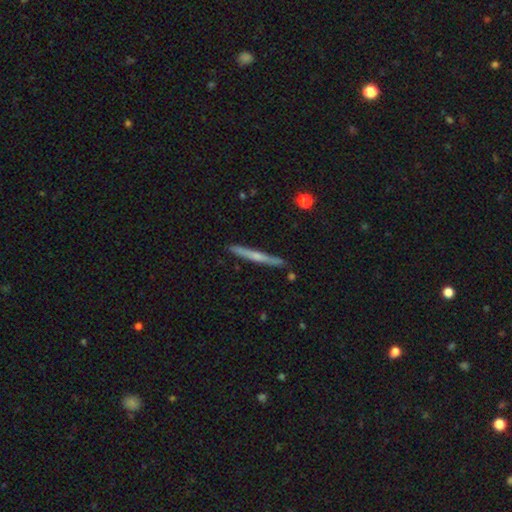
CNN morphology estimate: featured or disk 56%, smooth 39%, star or artifact 6%. Down the decision tree: edge-on disk — yes (97%); edge-on bulge — rounded (49%); merging — none (89%).